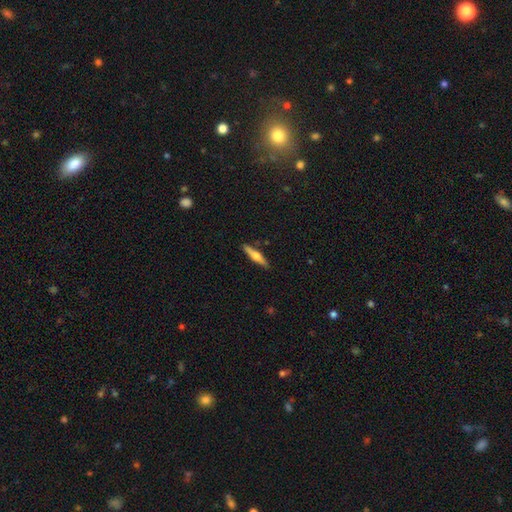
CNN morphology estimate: Smooth or featured: featured or disk — 58% (smooth — 36%)
Edge-on disk: yes — 96% (no — 4%)
Edge-on bulge: rounded — 92% (boxy — 4%)
Merging: none — 89% (minor disturbance — 8%)